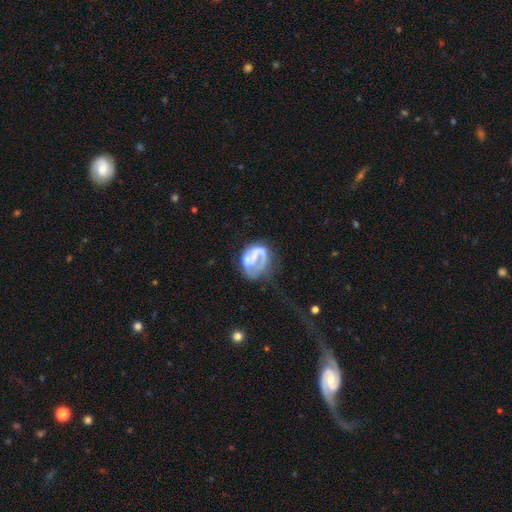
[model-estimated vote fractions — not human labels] A featured or disk galaxy (58%) with no bar (69%), no spiral arms (55%) and no central bulge (47%).

Vote fractions:
- Smooth or featured? featured or disk: 58% / smooth: 33% / star or artifact: 9%
- Edge-on disk? no: 98% / yes: 2%
- Bar? no: 69% / weak: 22% / strong: 8%
- Spiral arms? no: 55% / yes: 45%
- Bulge size? none: 47% / small: 25% / moderate: 21% / large: 5% / dominant: 2%
- Merging? major disturbance: 39% / none: 32% / minor disturbance: 21% / merger: 8%